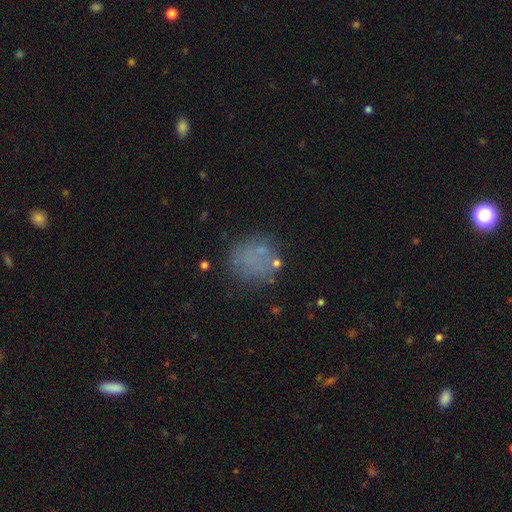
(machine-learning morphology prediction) smooth 56%, star or artifact 23%, featured or disk 21%. Down the decision tree: how rounded — round (83%); merging — none (71%).